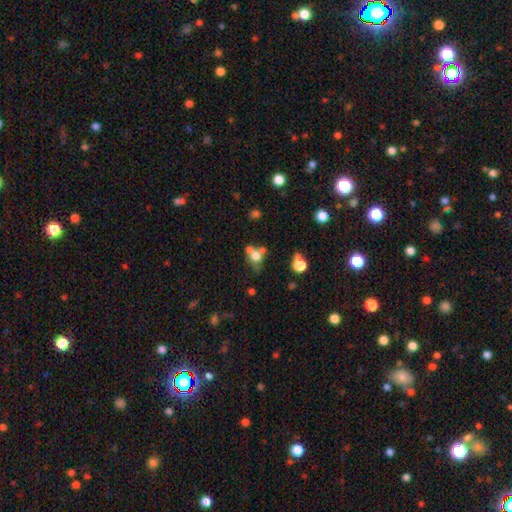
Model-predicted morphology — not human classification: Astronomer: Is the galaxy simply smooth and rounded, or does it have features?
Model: smooth — 63%.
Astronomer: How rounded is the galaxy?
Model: round — 66%.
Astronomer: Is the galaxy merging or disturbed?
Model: merger — 42% (runner-up: none, 37%).